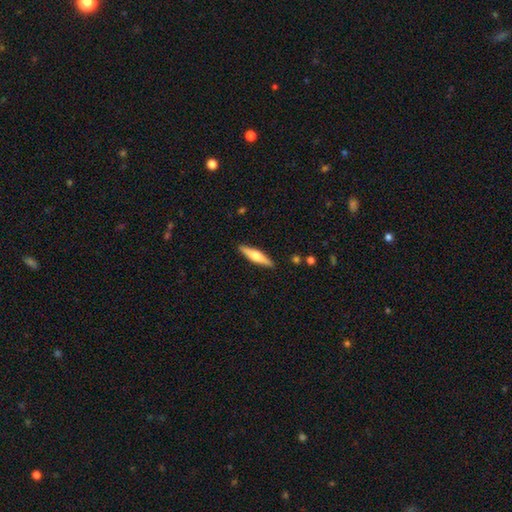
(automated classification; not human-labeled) A featured or disk galaxy (50%). Merging: none (90%).